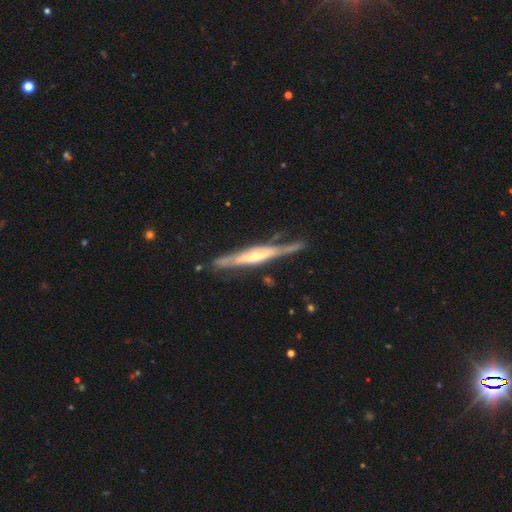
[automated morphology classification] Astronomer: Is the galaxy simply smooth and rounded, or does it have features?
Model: featured or disk — 76%.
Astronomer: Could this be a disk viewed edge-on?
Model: yes — 87%.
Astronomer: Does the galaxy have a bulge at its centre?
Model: rounded — 53%.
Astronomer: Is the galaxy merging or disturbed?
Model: none — 67%.